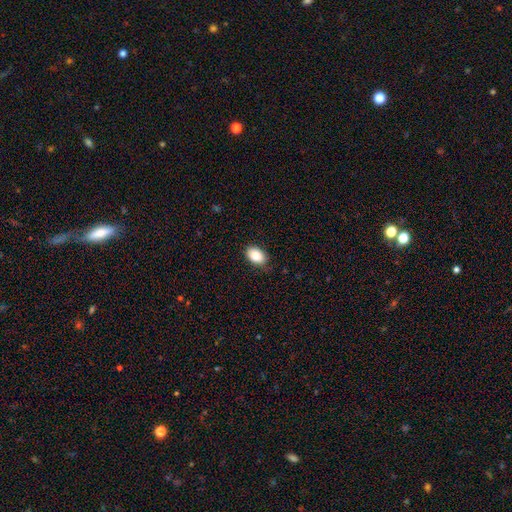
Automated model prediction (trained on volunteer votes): The model was most divided on "merging": none: 81%, minor disturbance: 15%, major disturbance: 3%, merger: 1%. More confident: smooth or featured — smooth (87%); how rounded — in between (87%).